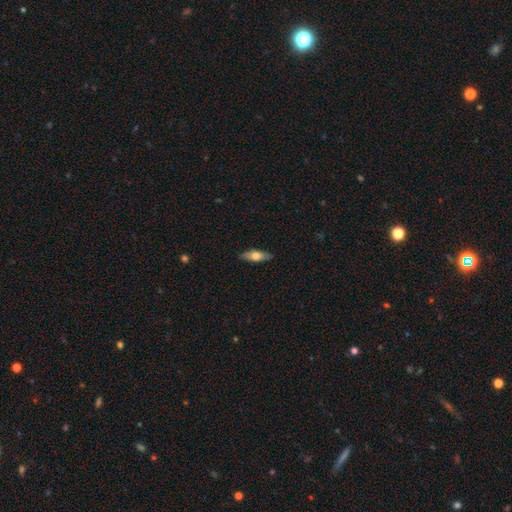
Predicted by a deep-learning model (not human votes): Smooth or featured?
  - smooth: 61% *
  - featured or disk: 33%
  - star or artifact: 6%
How rounded?
  - in between: 58% *
  - cigar-shaped: 39%
  - round: 3%
Merging?
  - none: 87% *
  - minor disturbance: 10%
  - major disturbance: 2%
  - merger: 1%